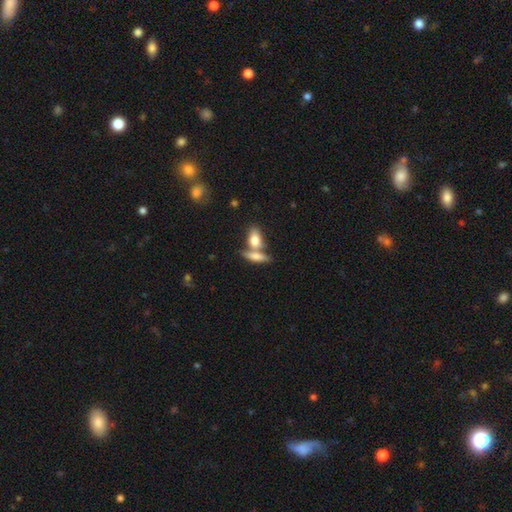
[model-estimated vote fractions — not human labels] This appears to be a smooth galaxy with no disk features (67%) that is in between round and cigar-shaped (54%). Merging: none (44%).